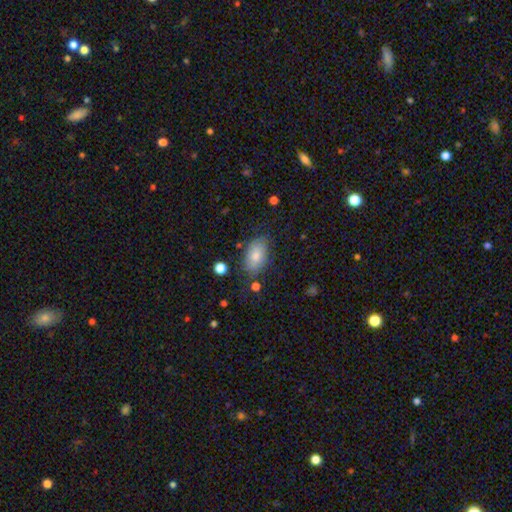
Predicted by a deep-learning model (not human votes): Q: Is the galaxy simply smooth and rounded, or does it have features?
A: smooth — 74%.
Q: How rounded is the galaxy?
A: in between — 92%.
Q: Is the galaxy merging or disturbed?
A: none — 70%.